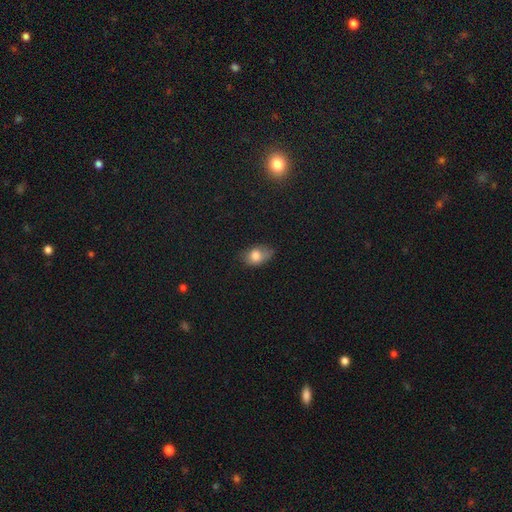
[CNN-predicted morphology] smooth_or_featured: smooth (p=0.79) [alt: featured or disk p=0.12]
how_rounded: in between (p=0.77) [alt: round p=0.21]
merging: none (p=0.56) [alt: minor disturbance p=0.33]